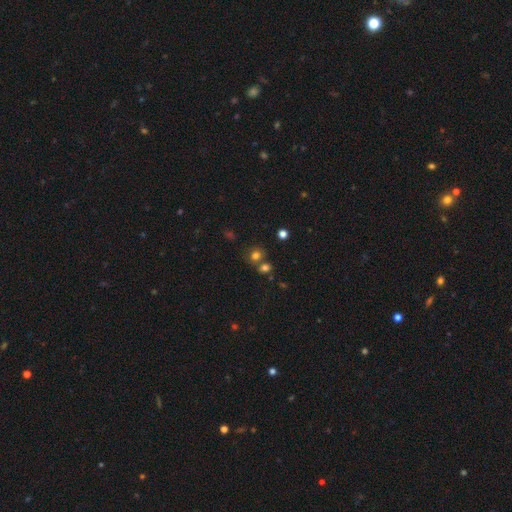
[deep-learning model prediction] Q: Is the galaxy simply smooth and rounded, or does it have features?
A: smooth — 75%.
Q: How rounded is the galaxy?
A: round — 77%.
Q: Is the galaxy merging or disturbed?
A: none — 60%.